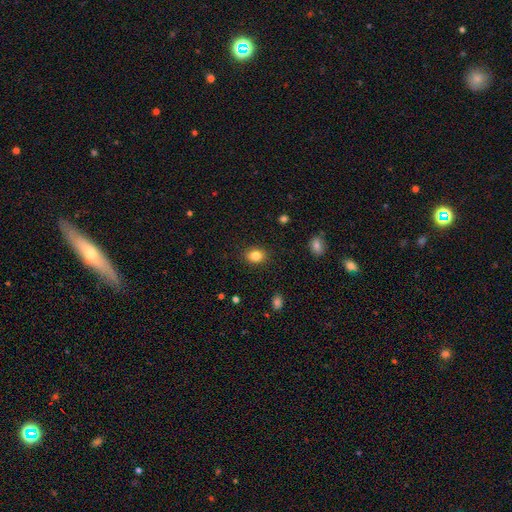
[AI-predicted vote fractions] A smooth galaxy with no disk features (84%) that is in between round and cigar-shaped (55%).

Vote fractions:
- Smooth or featured? smooth: 84% / star or artifact: 10% / featured or disk: 6%
- How rounded? in between: 55% / round: 45% / cigar-shaped: 1%
- Merging? none: 89% / minor disturbance: 8% / major disturbance: 2% / merger: 1%